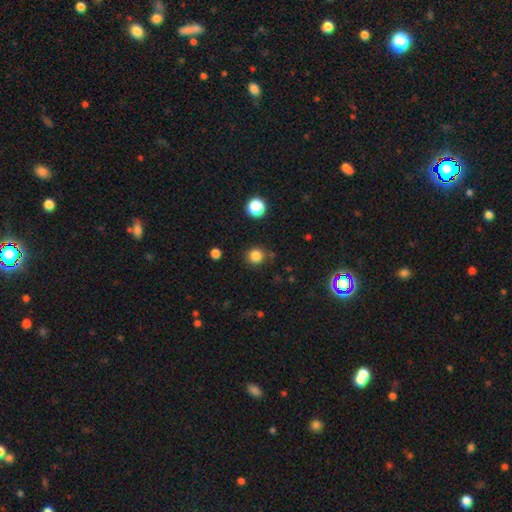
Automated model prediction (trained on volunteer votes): smooth 84%, star or artifact 13%, featured or disk 4%. Down the decision tree: how rounded — round (92%); merging — none (85%).